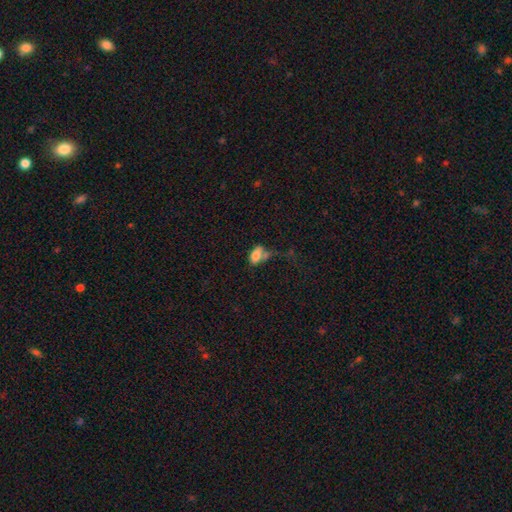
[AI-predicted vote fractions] Smooth or featured? smooth (75%)
How rounded? in between (86%)
Merging? merger (30%)